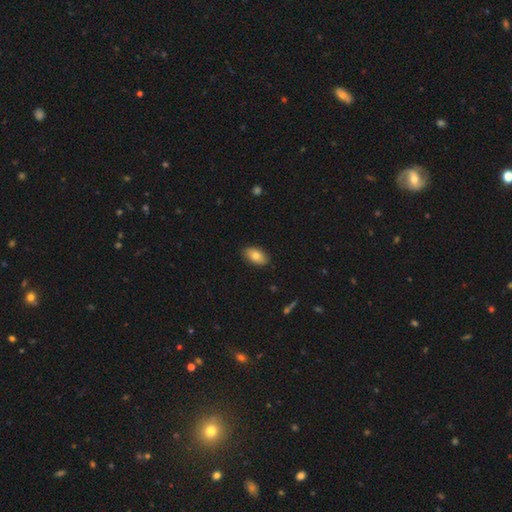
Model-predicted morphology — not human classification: Smooth or featured?
  - smooth: 80% *
  - featured or disk: 13%
  - star or artifact: 7%
How rounded?
  - in between: 93% *
  - round: 5%
  - cigar-shaped: 2%
Merging?
  - none: 86% *
  - minor disturbance: 11%
  - major disturbance: 2%
  - merger: 1%